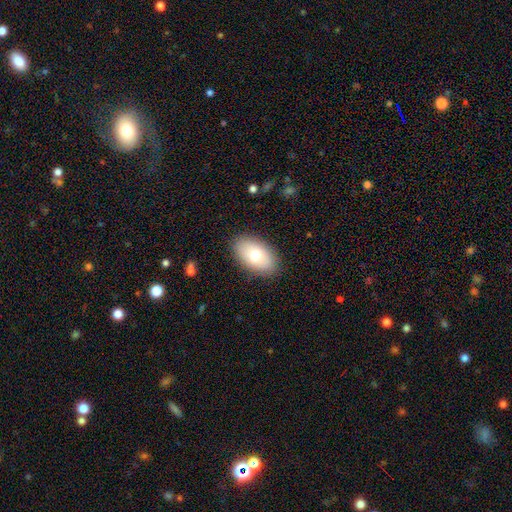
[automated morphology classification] Q: Smooth or featured?
A: smooth (73%); runner-up: featured or disk (19%)
Q: How rounded?
A: in between (92%); runner-up: round (6%)
Q: Merging?
A: none (87%); runner-up: minor disturbance (9%)